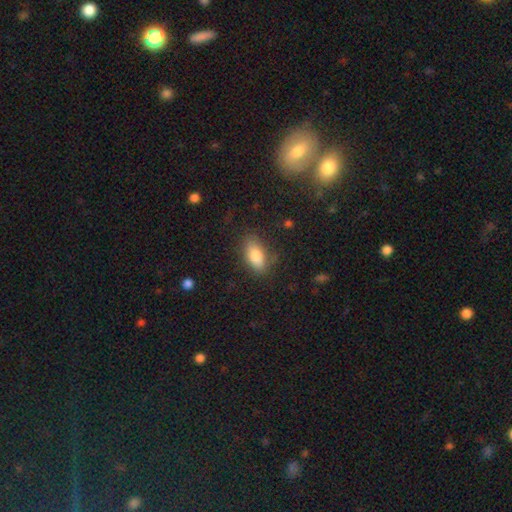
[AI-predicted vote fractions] Overall: smooth (82%). How rounded: in between (88%). Merging: none (74%).